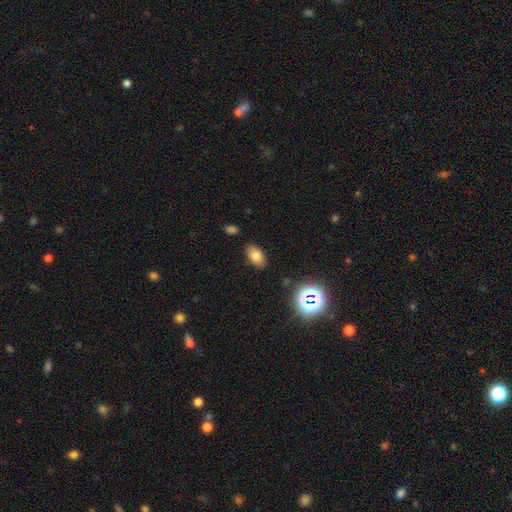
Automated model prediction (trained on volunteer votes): Smooth or featured? smooth (75%)
How rounded? in between (90%)
Merging? none (85%)